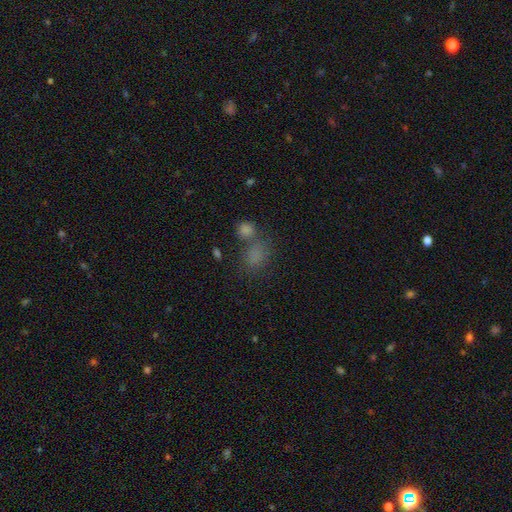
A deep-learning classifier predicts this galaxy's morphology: Smooth or featured?
  - smooth: 72% *
  - star or artifact: 19%
  - featured or disk: 9%
How rounded?
  - in between: 59% *
  - round: 39%
  - cigar-shaped: 2%
Merging?
  - none: 47% *
  - merger: 30%
  - minor disturbance: 14%
  - major disturbance: 9%